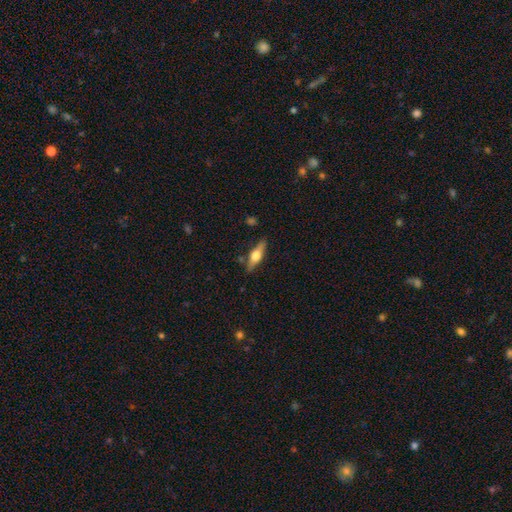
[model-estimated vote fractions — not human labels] Q: Smooth or featured?
A: featured or disk (62%); runner-up: smooth (32%)
Q: Edge-on disk?
A: yes (95%); runner-up: no (5%)
Q: Edge-on bulge?
A: rounded (94%); runner-up: boxy (4%)
Q: Merging?
A: none (85%); runner-up: minor disturbance (11%)